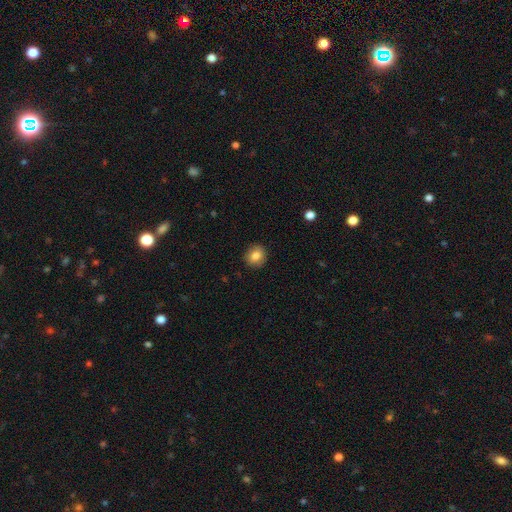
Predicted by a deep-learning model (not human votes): Overall: smooth (82%). How rounded: round (86%). Merging: none (91%).